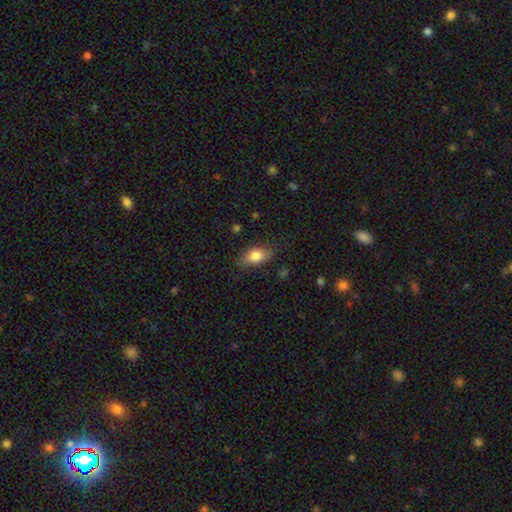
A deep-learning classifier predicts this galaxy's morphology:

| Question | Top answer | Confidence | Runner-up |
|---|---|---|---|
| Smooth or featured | smooth | 81% | featured or disk (11%) |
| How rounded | in between | 87% | round (9%) |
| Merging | none | 77% | minor disturbance (18%) |